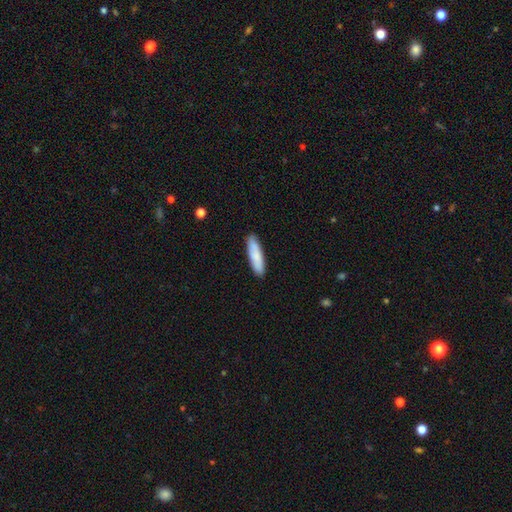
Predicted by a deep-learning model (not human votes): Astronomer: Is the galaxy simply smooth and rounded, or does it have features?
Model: smooth — 83%.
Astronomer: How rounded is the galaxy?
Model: cigar-shaped — 72%.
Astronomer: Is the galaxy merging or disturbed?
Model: none — 89%.